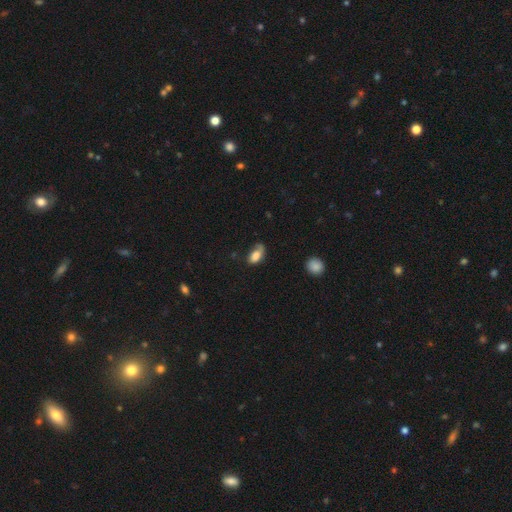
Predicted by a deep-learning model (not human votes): A smooth galaxy with no disk features (78%) that is in between round and cigar-shaped (90%). Merging: none (40%).